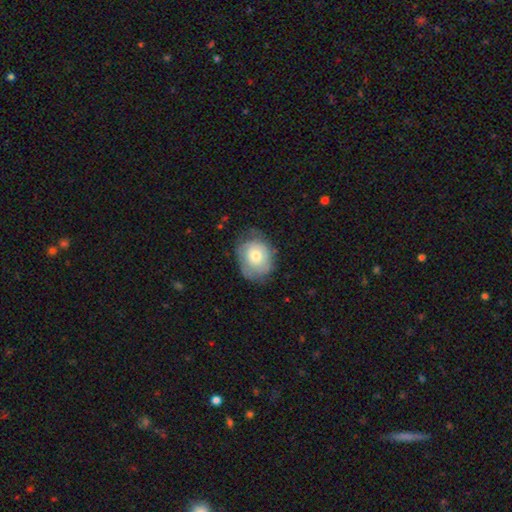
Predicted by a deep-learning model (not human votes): Smooth or featured?
  - smooth: 61% *
  - featured or disk: 32%
  - star or artifact: 7%
How rounded?
  - round: 57% *
  - in between: 42%
  - cigar-shaped: 1%
Merging?
  - none: 57% *
  - minor disturbance: 30%
  - major disturbance: 11%
  - merger: 1%